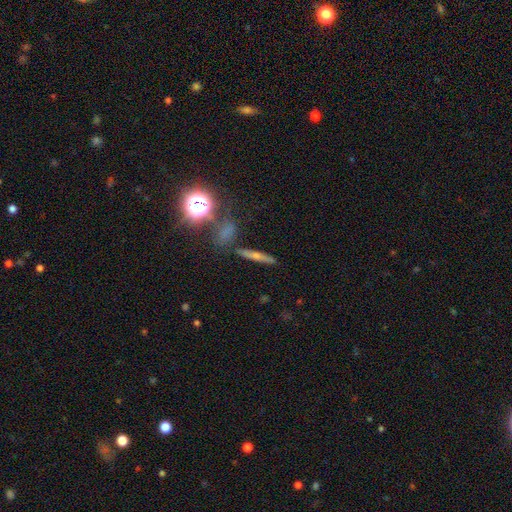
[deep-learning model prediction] smooth 46%, featured or disk 37%, star or artifact 17%. Down the decision tree: merging — none (80%).